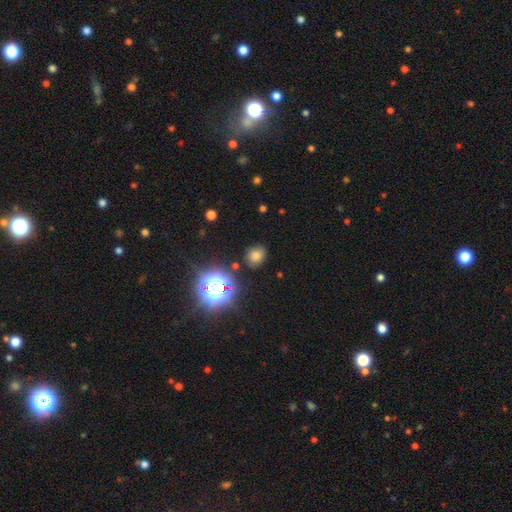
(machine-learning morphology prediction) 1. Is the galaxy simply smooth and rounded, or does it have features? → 67% smooth, 25% star or artifact, 8% featured or disk.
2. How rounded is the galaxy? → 71% round, 27% in between, 1% cigar-shaped.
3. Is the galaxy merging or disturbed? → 80% none, 13% minor disturbance, 4% major disturbance, 3% merger.